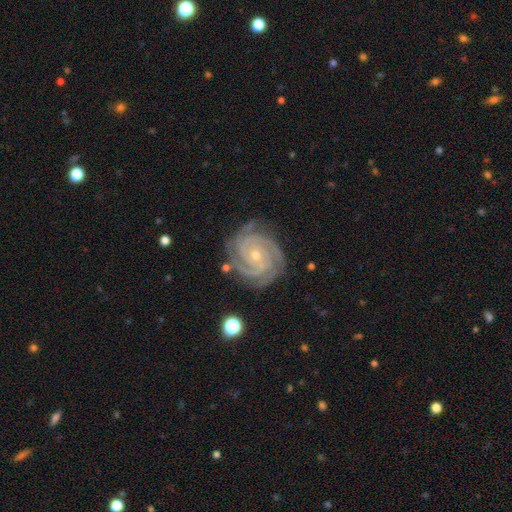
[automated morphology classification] Overall: featured or disk (93%). Edge-on disk: no (98%). Bar: no (69%). Spiral arms: yes (99%). Spiral arm count: 3 (39%; 4 29%). Spiral winding: tight (83%). Bulge size: small (73%). Merging: none (81%).